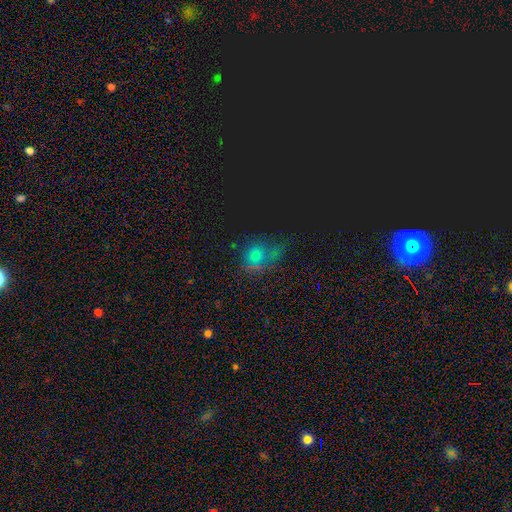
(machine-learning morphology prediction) A smooth galaxy with no disk features (50%) that is round (55%). Merging: none (55%).